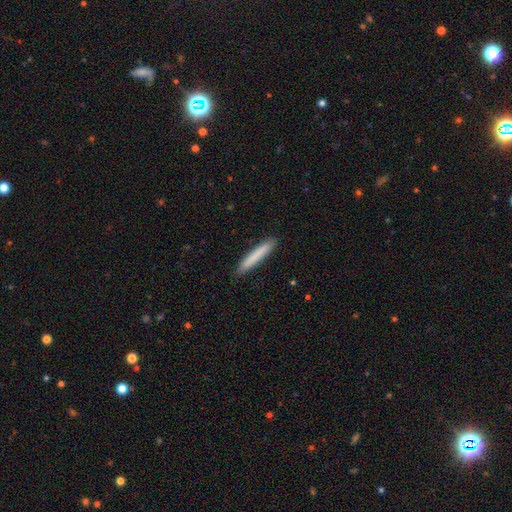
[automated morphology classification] This appears to be a smooth galaxy with no disk features (79%) that is cigar-shaped (96%). Merging: none (91%).